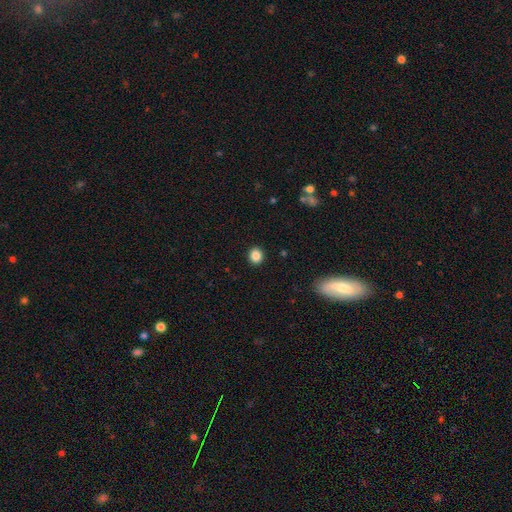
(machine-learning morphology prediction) Smooth or featured?
  - smooth: 86% *
  - star or artifact: 10%
  - featured or disk: 4%
How rounded?
  - round: 78% *
  - in between: 21%
  - cigar-shaped: 1%
Merging?
  - none: 92% *
  - minor disturbance: 5%
  - major disturbance: 2%
  - merger: 1%